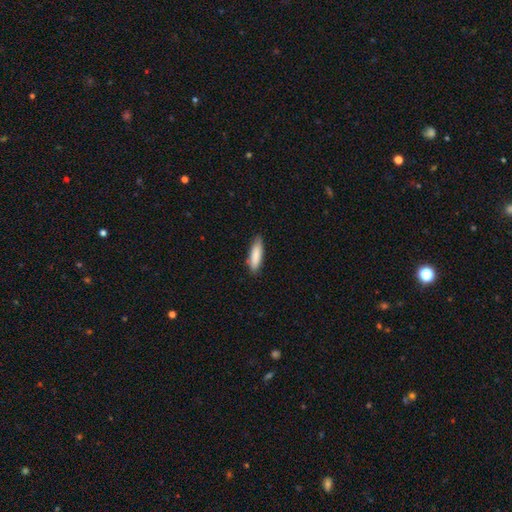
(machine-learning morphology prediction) A smooth galaxy with no disk features (87%) that is cigar-shaped (60%). Merging: none (83%).